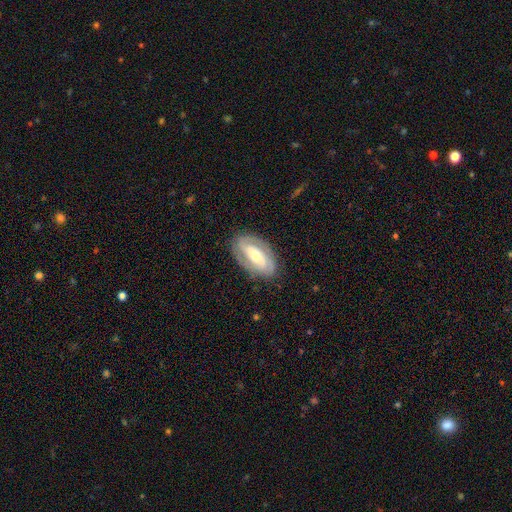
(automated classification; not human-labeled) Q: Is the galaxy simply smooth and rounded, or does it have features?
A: featured or disk — 74%.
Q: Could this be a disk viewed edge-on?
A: no — 92%.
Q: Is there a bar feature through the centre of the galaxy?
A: strong — 41%.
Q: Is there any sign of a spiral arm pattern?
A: yes — 80%.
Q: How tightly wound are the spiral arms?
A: tight — 54%.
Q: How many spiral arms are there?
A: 2 — 75%.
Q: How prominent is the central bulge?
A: moderate — 59%.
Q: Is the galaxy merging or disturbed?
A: none — 82%.